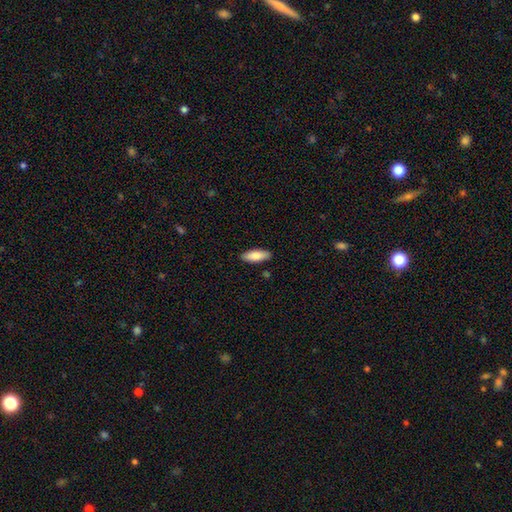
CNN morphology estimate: This appears to be a smooth galaxy with no disk features (83%) that is in between round and cigar-shaped (72%). Merging: none (88%).